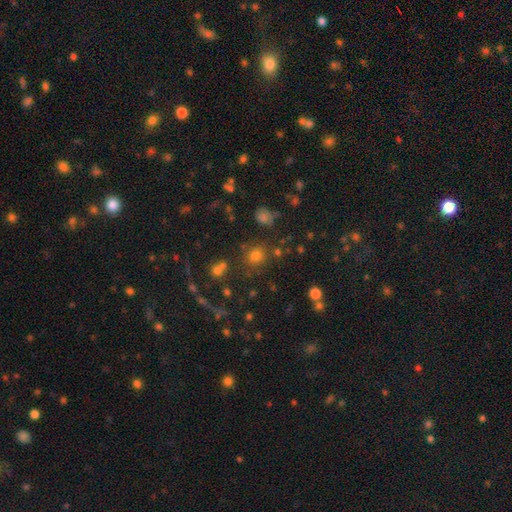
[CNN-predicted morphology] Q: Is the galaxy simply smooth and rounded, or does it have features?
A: smooth — 67%.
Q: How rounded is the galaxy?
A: round — 86%.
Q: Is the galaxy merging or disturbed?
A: none — 80%.